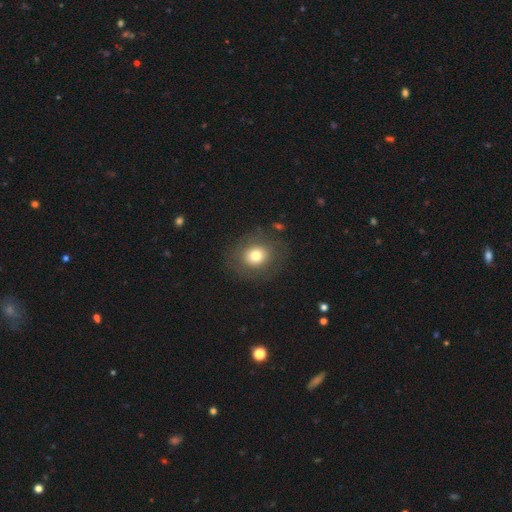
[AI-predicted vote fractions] The model was most divided on "how rounded": round: 74%, in between: 25%, cigar-shaped: 1%. More confident: merging — none (82%); smooth or featured — smooth (73%).